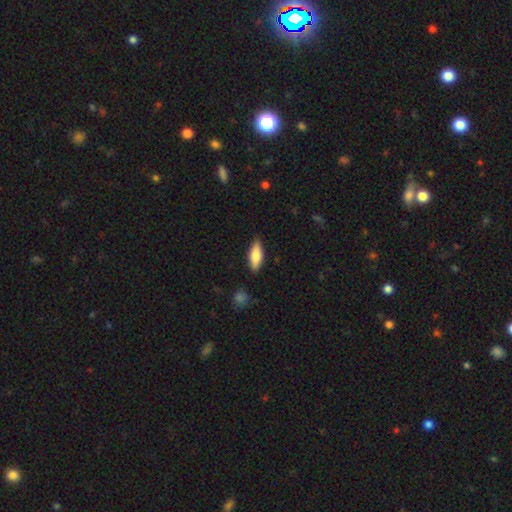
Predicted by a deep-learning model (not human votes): This is likely a smooth galaxy (75%). How rounded: likely in between (67%). Merging: clearly none (85%).